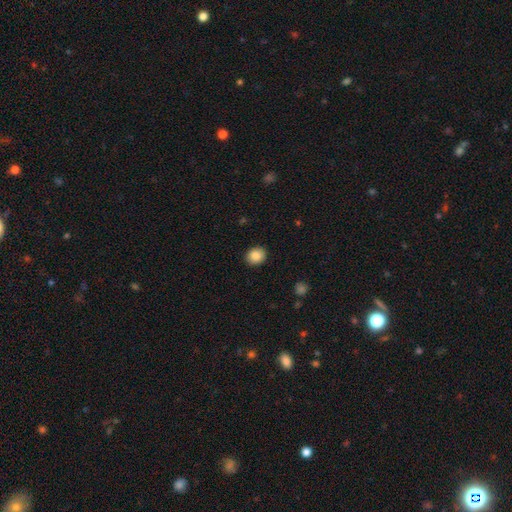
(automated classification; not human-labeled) Smooth or featured: smooth — 87% (star or artifact — 9%)
How rounded: round — 67% (in between — 32%)
Merging: none — 90% (minor disturbance — 7%)